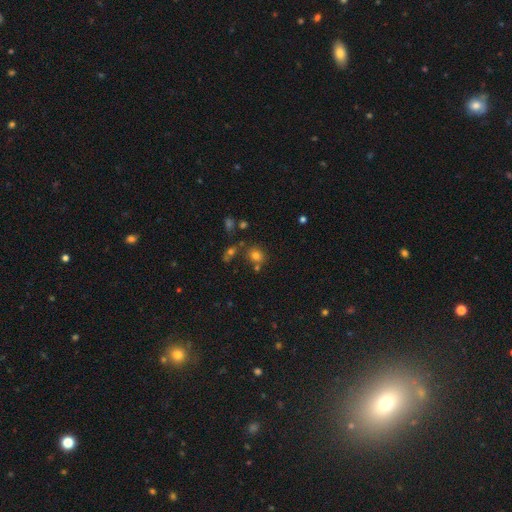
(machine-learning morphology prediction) This appears to be a smooth galaxy with no disk features (74%) that is round (75%). Merging: none (70%).